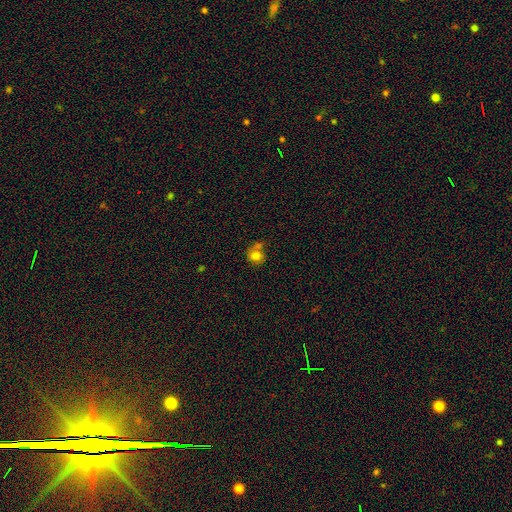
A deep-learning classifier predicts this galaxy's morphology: This appears to be a smooth galaxy with no disk features (77%) that is round (78%). Merging: none (46%).